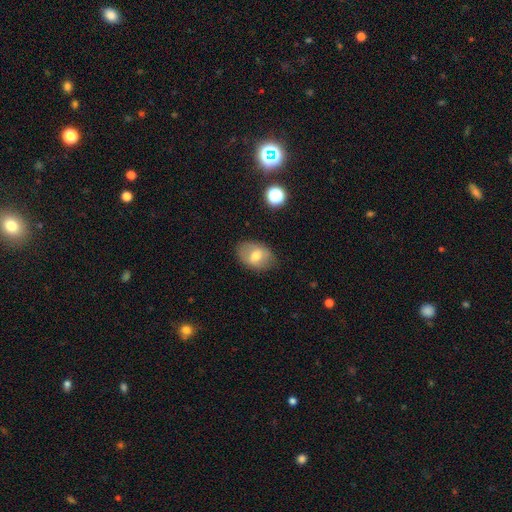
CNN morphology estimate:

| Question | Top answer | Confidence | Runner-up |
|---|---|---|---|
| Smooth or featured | smooth | 65% | featured or disk (27%) |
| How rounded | in between | 78% | round (21%) |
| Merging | none | 78% | minor disturbance (16%) |